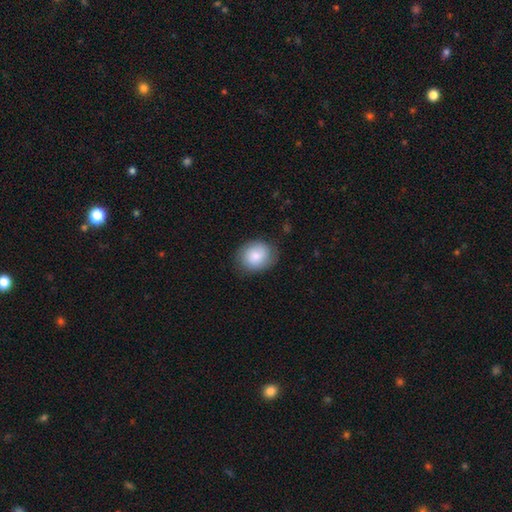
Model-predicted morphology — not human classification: A smooth galaxy with no disk features (81%) that is round (62%). Merging: none (81%).